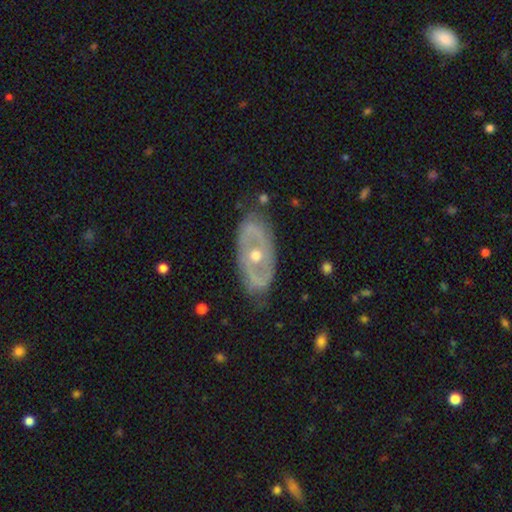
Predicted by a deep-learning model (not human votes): Overall: featured or disk (76%). Edge-on disk: no (90%). Bar: no (75%). Spiral arms: no (52%; yes 48%). Bulge size: moderate (68%). Merging: none (74%).